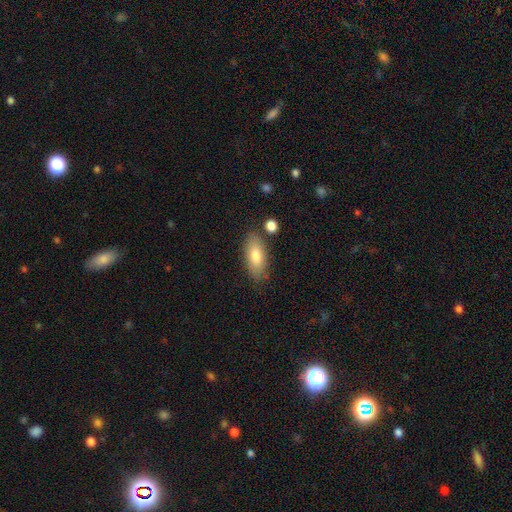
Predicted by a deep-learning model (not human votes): The model was most divided on "smooth or featured": smooth: 79%, featured or disk: 15%, star or artifact: 7%. More confident: how rounded — in between (85%); merging — none (79%).